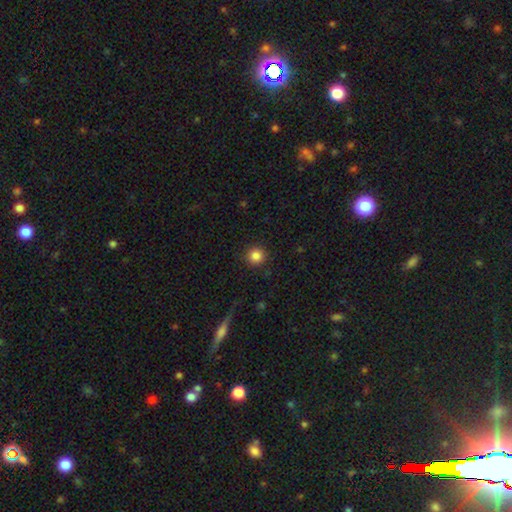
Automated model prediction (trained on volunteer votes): smooth-or-featured: smooth: 85% | star or artifact: 11% | featured or disk: 4%
  how-rounded: round: 95% | in between: 4% | cigar-shaped: 1%
  merging: none: 91% | minor disturbance: 5% | major disturbance: 2% | merger: 1%